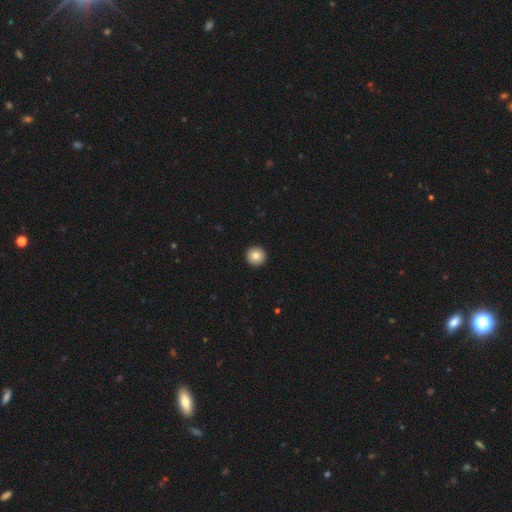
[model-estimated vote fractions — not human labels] smooth-or-featured: smooth: 85% | star or artifact: 8% | featured or disk: 7%
  how-rounded: round: 96% | in between: 3% | cigar-shaped: 1%
  merging: none: 94% | minor disturbance: 4% | major disturbance: 1% | merger: 1%